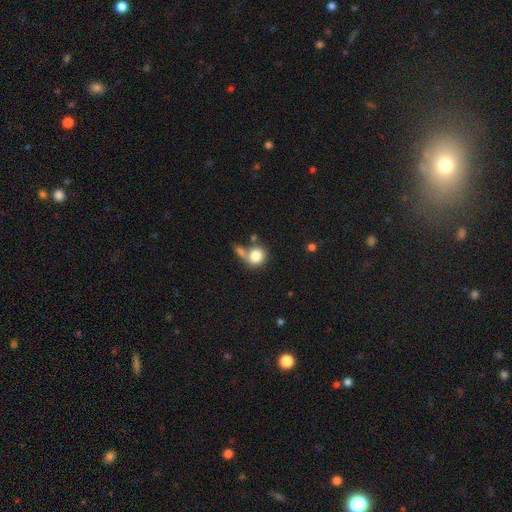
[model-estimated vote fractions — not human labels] smooth_or_featured: smooth (p=0.81) [alt: featured or disk p=0.10]
how_rounded: round (p=0.80) [alt: in between p=0.19]
merging: none (p=0.42) [alt: merger p=0.32]